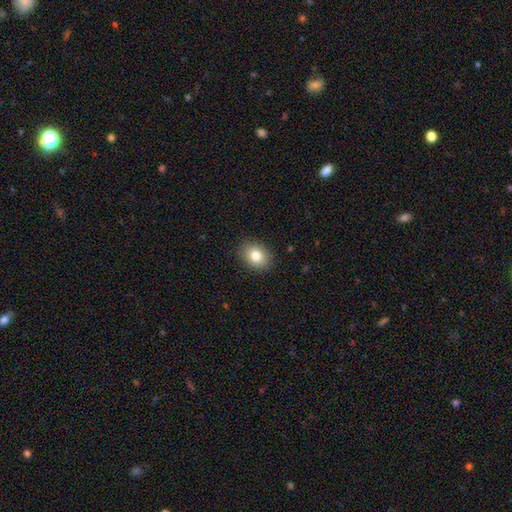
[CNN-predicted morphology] smooth_or_featured: smooth (p=0.81) [alt: star or artifact p=0.10]
how_rounded: in between (p=0.61) [alt: round p=0.38]
merging: none (p=0.88) [alt: minor disturbance p=0.08]